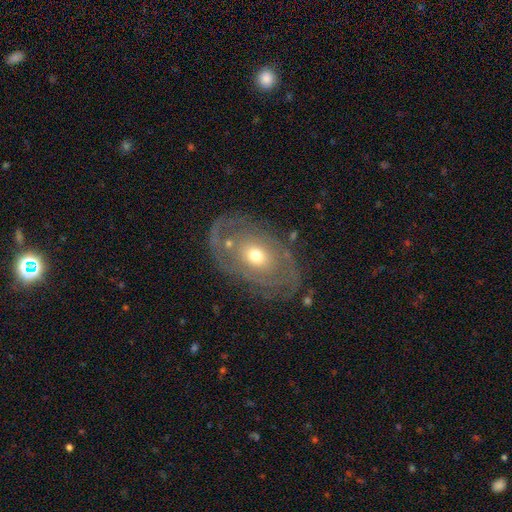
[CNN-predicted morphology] This is likely a featured or disk galaxy (69%). It is clearly not viewed edge-on (93%). Bar: clearly no (83%). Spiral arm pattern: possibly yes (58%). Central bulge: possibly moderate (57%). Merging: likely none (69%).